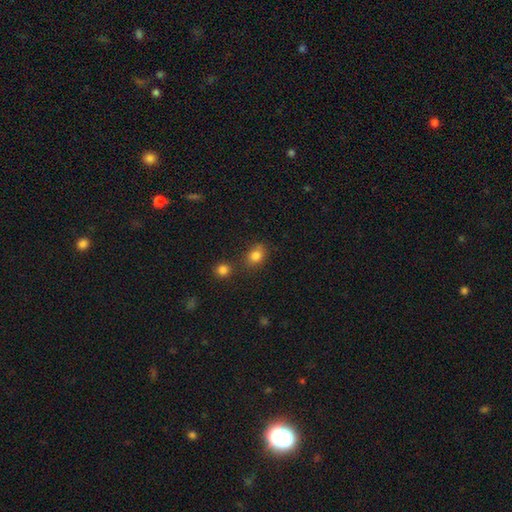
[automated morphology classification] Smooth or featured: smooth — 82% (star or artifact — 11%)
How rounded: in between — 55% (round — 44%)
Merging: none — 68% (minor disturbance — 16%)